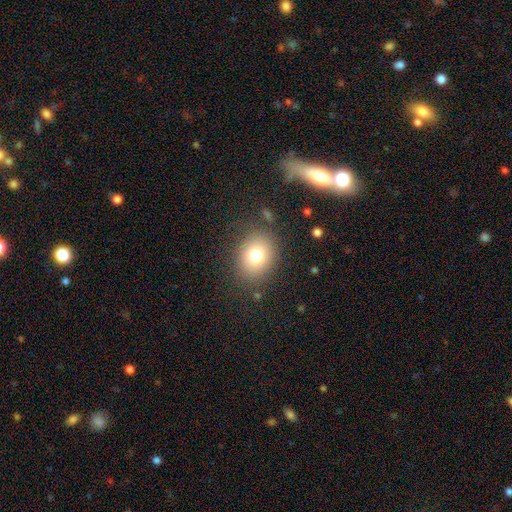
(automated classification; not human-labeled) smooth 77%, star or artifact 12%, featured or disk 11%. Down the decision tree: how rounded — round (61%); merging — none (82%).